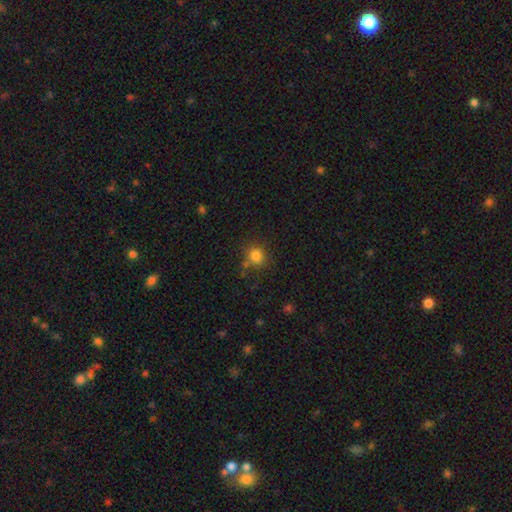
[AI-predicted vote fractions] Smooth or featured: smooth — 82% (star or artifact — 12%)
How rounded: round — 85% (in between — 14%)
Merging: none — 75% (minor disturbance — 13%)